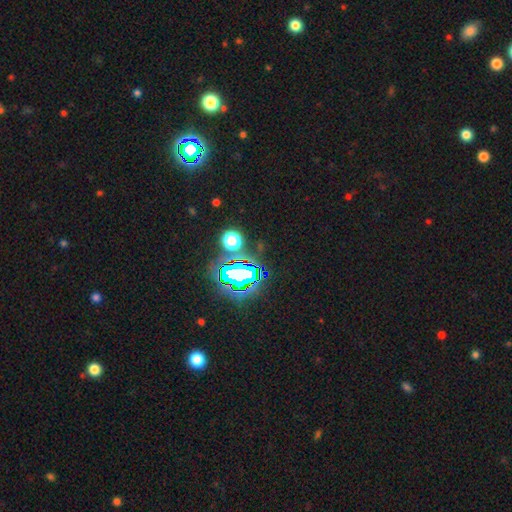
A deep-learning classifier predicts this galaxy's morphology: This appears to be a star or artifact, not a galaxy (82%).